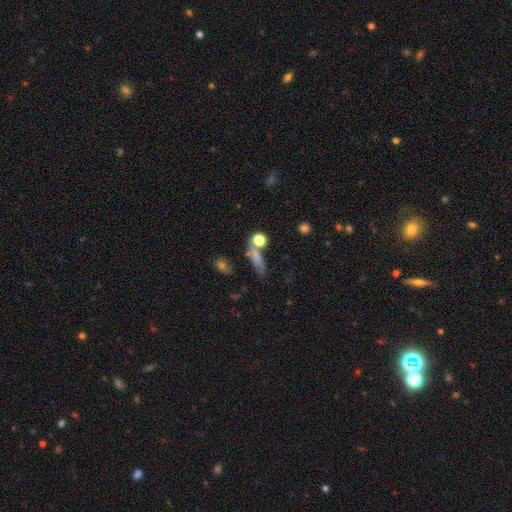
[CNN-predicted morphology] A smooth galaxy with no disk features (66%) that is cigar-shaped (44%). Merging: none (55%).